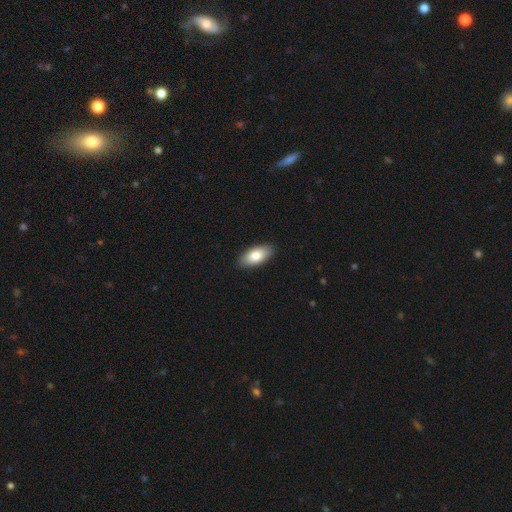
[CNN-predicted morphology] smooth-or-featured: smooth: 81% | featured or disk: 13% | star or artifact: 6%
  how-rounded: in between: 91% | cigar-shaped: 7% | round: 3%
  merging: none: 89% | minor disturbance: 8% | major disturbance: 2% | merger: 1%